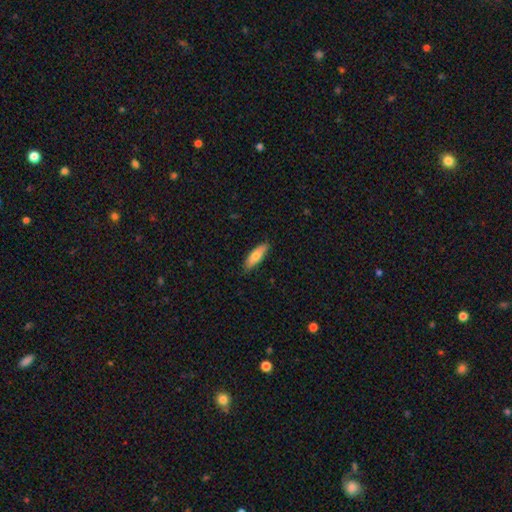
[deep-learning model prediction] The model was most divided on "how rounded": in between: 50%, cigar-shaped: 48%, round: 2%. More confident: merging — none (87%); smooth or featured — smooth (74%).